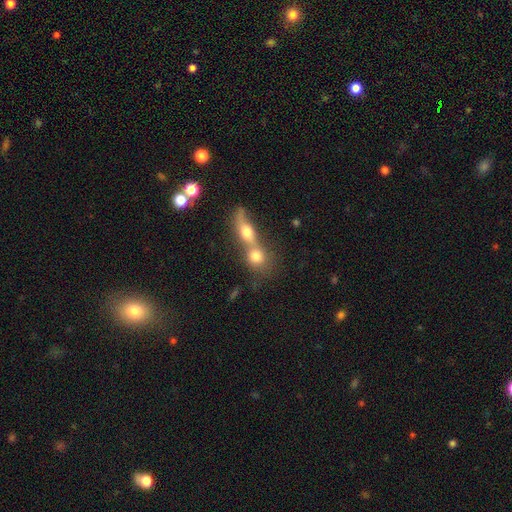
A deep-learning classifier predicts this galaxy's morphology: Overall: smooth (70%). How rounded: round (62%; in between 29%). Merging: merger (67%).